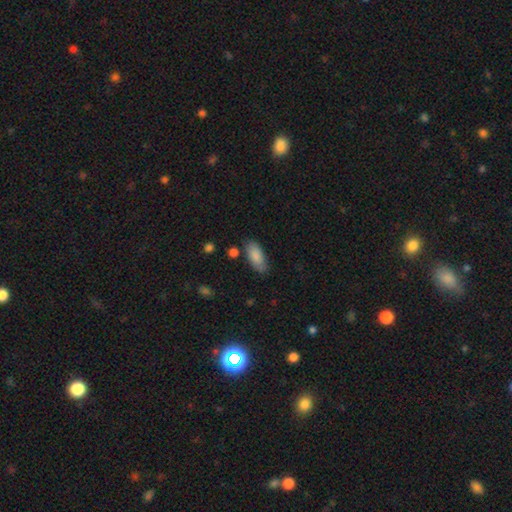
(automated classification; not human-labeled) The model was most divided on "merging": none: 78%, minor disturbance: 15%, merger: 3%, major disturbance: 3%. More confident: how rounded — in between (86%); smooth or featured — smooth (86%).